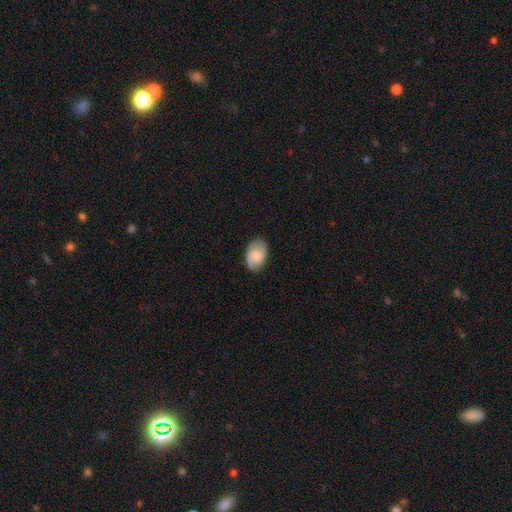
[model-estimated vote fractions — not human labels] This is possibly a smooth galaxy (53%). How rounded: clearly in between (86%). Merging: likely none (77%).